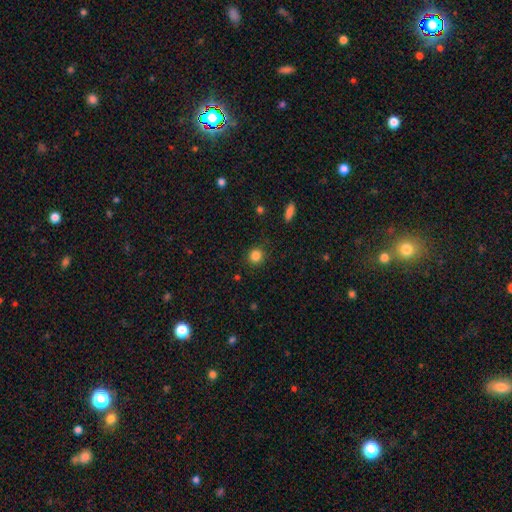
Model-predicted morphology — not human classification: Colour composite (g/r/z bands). It shows a smooth galaxy with no disk features (84%) that is round (89%). Merging: none (88%).